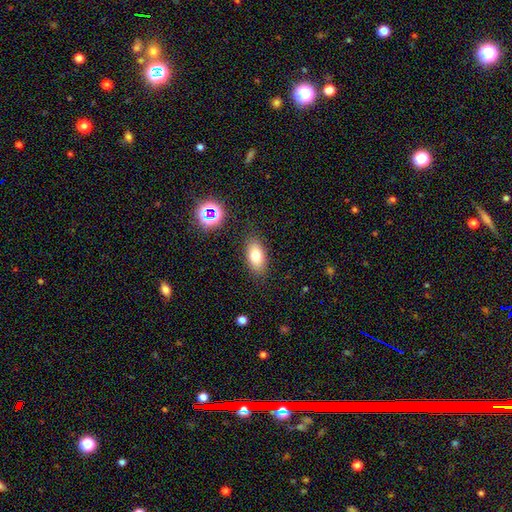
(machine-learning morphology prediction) Overall: smooth (78%). How rounded: in between (89%). Merging: none (85%).